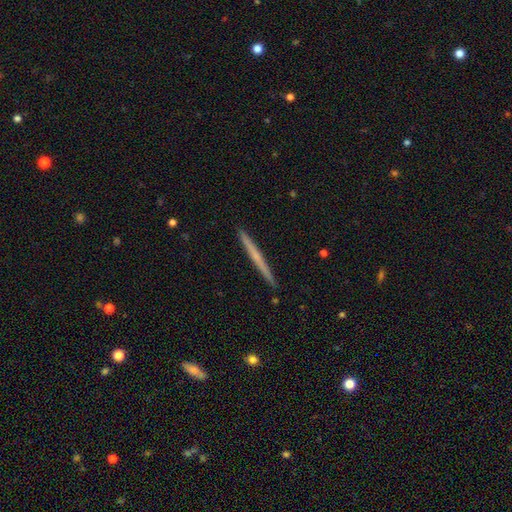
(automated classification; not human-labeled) Smooth or featured?
  - featured or disk: 57% *
  - smooth: 37%
  - star or artifact: 6%
Edge-on disk?
  - yes: 98% *
  - no: 2%
Edge-on bulge?
  - none: 74% *
  - rounded: 21%
  - boxy: 4%
Merging?
  - none: 92% *
  - minor disturbance: 5%
  - major disturbance: 1%
  - merger: 1%